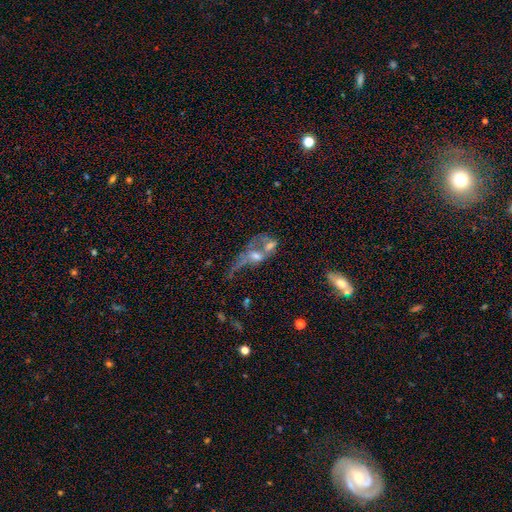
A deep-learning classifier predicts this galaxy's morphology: This appears to be a featured or disk galaxy (54%). Merging: merger (49%).